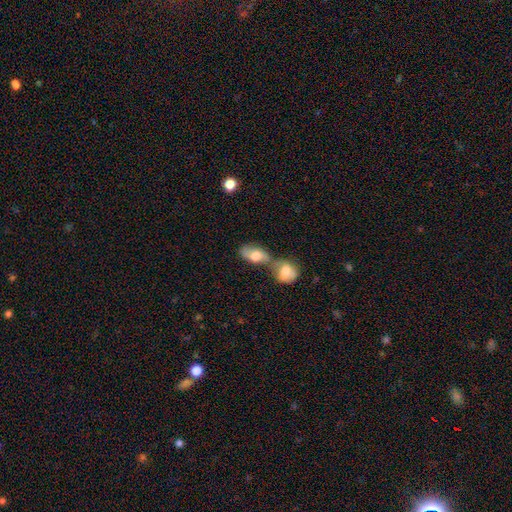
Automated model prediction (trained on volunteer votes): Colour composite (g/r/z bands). It shows a smooth galaxy with no disk features (68%) that is in between round and cigar-shaped (84%). Merging: merger (64%).